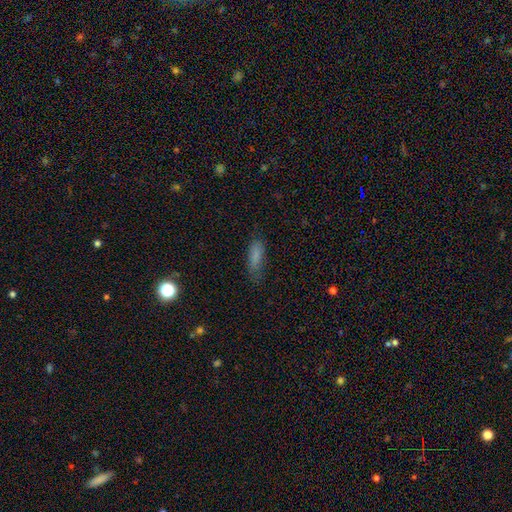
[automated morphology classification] Q: Smooth or featured?
A: smooth (81%); runner-up: star or artifact (10%)
Q: How rounded?
A: in between (57%); runner-up: cigar-shaped (41%)
Q: Merging?
A: none (62%); runner-up: minor disturbance (27%)